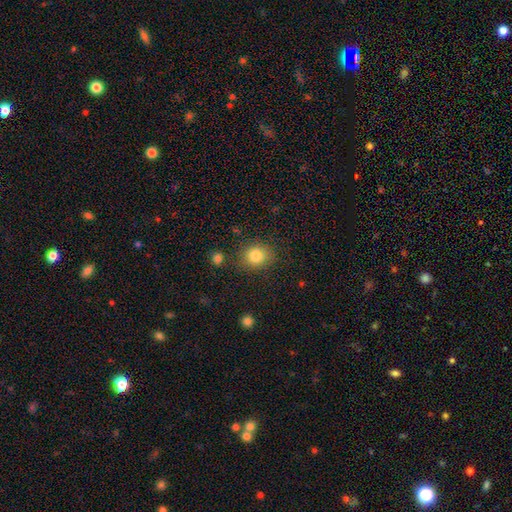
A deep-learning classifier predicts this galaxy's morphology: This is clearly a smooth galaxy (85%). How rounded: likely round (71%). Merging: likely none (78%).